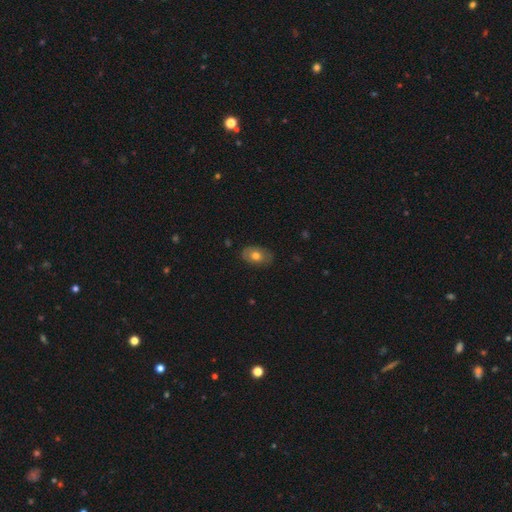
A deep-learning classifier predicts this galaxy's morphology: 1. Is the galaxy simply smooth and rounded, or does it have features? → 69% smooth, 24% featured or disk, 8% star or artifact.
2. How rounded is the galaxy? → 85% in between, 13% round, 1% cigar-shaped.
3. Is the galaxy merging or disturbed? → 79% none, 17% minor disturbance, 3% major disturbance, 1% merger.